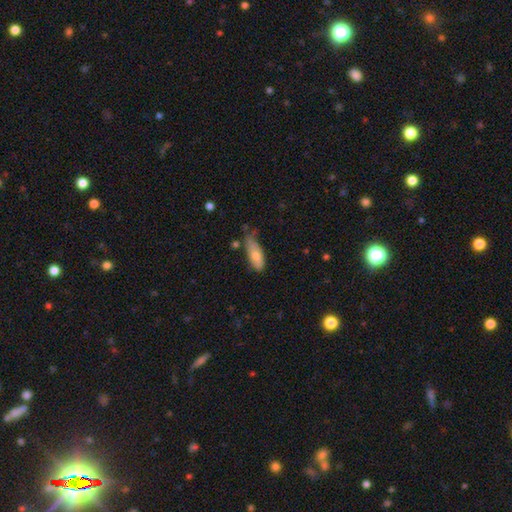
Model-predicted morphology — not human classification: Smooth or featured? Predicted: smooth (p=0.59). How rounded? Predicted: in between (p=0.60). Merging? Predicted: none (p=0.48).